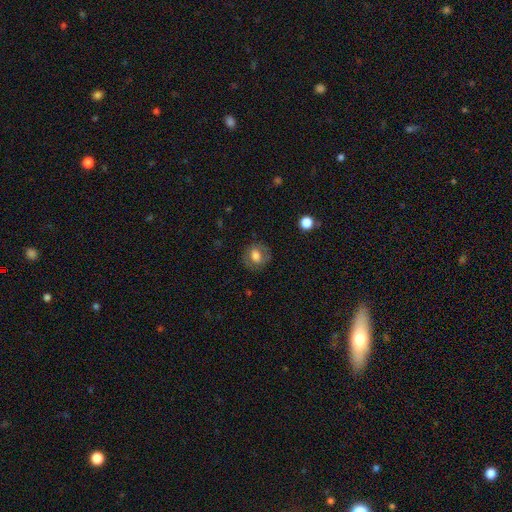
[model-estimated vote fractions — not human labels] A smooth galaxy with no disk features (66%) that is round (63%). Merging: none (77%).